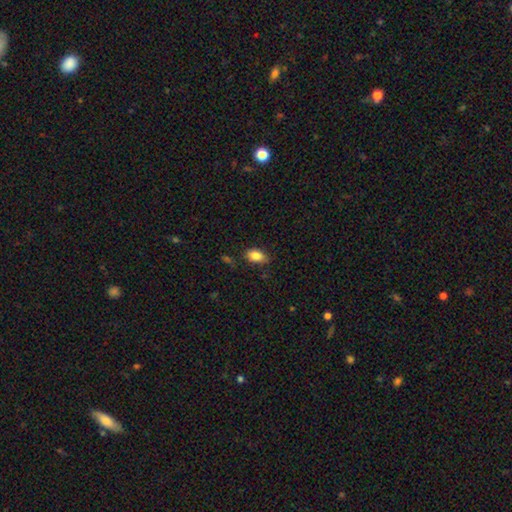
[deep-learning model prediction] Morphology: type=smooth (85%); roundness=in between (89%); merging=none (79%).